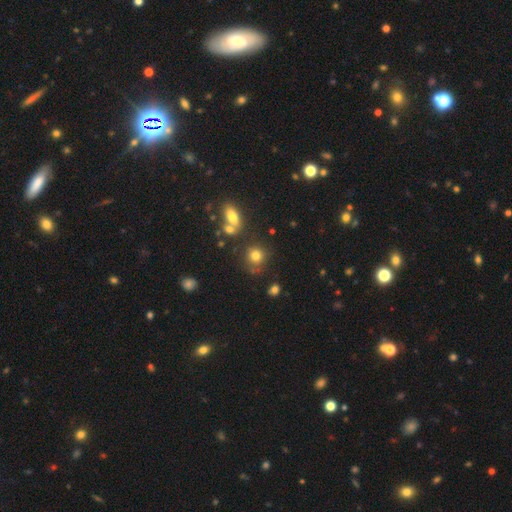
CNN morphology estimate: Q: Smooth or featured?
A: smooth (77%); runner-up: star or artifact (13%)
Q: How rounded?
A: round (81%); runner-up: in between (17%)
Q: Merging?
A: none (66%); runner-up: minor disturbance (16%)